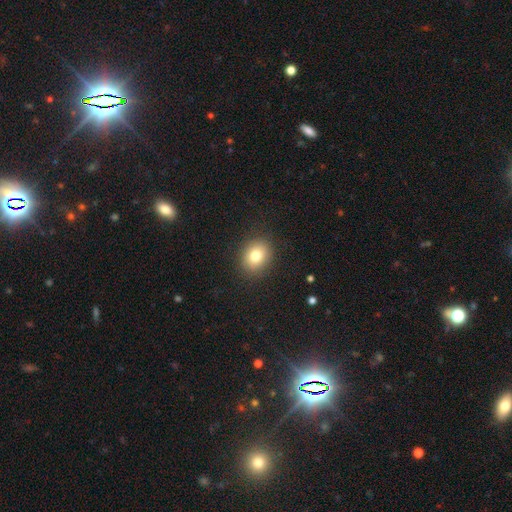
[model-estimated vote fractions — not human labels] Smooth or featured: smooth — 80% (star or artifact — 11%)
How rounded: round — 63% (in between — 36%)
Merging: none — 88% (minor disturbance — 8%)